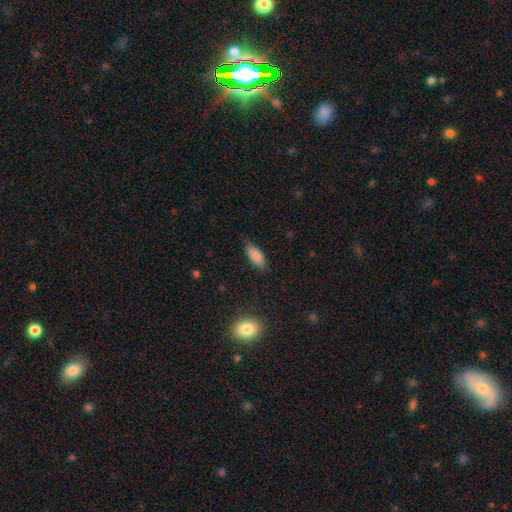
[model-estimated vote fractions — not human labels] A smooth galaxy with no disk features (86%) that is in between round and cigar-shaped (83%).

Vote fractions:
- Smooth or featured? smooth: 86% / star or artifact: 8% / featured or disk: 6%
- How rounded? in between: 83% / cigar-shaped: 15% / round: 2%
- Merging? none: 75% / minor disturbance: 20% / major disturbance: 3% / merger: 1%